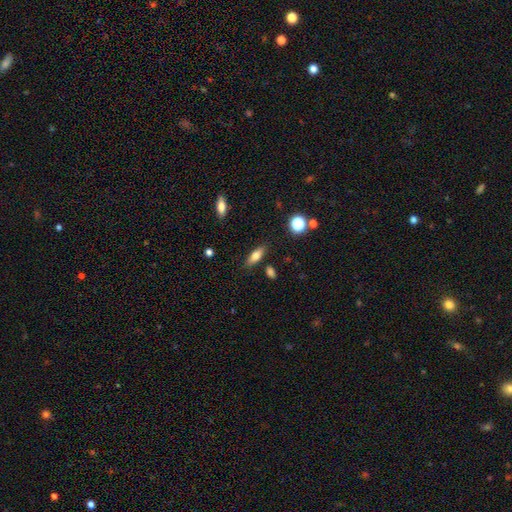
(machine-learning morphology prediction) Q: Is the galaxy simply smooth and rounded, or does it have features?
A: smooth — 70%.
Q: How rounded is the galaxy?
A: in between — 66%.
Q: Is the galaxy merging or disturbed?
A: none — 82%.